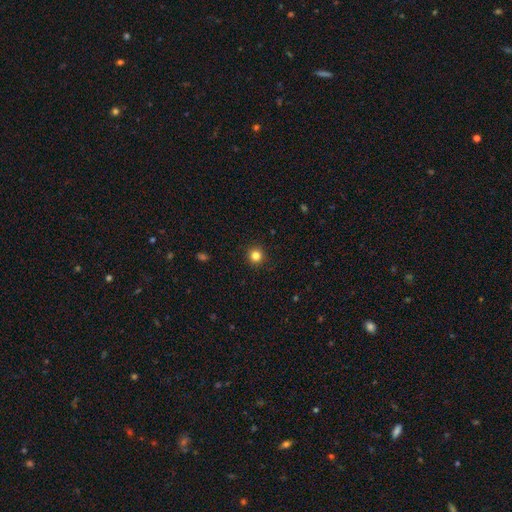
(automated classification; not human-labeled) This appears to be a smooth galaxy with no disk features (83%) that is round (94%). Merging: none (92%).